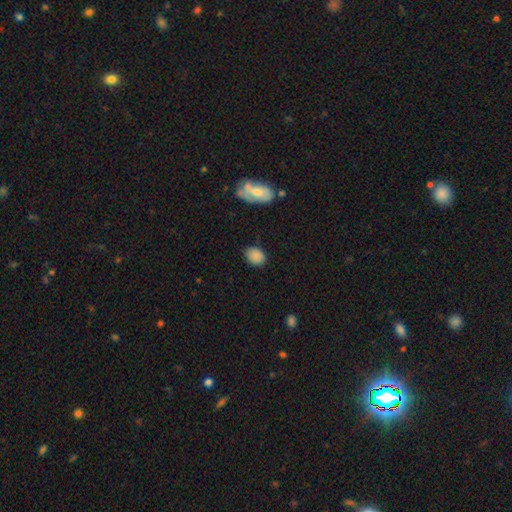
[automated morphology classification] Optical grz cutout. It shows a smooth galaxy with no disk features (85%) that is in between round and cigar-shaped (65%). Merging: none (79%).